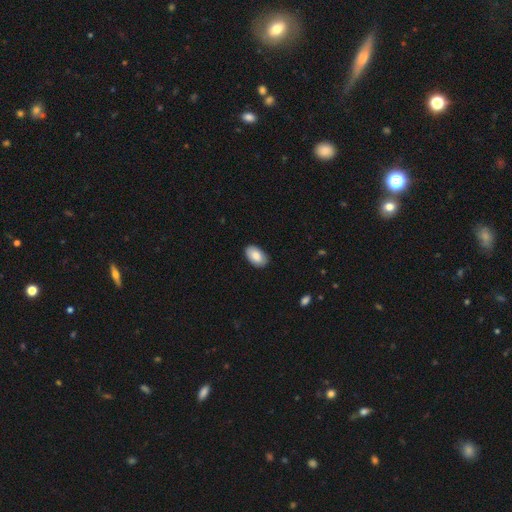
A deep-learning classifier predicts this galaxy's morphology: This is clearly a smooth galaxy (84%). How rounded: clearly in between (94%). Merging: clearly none (87%).